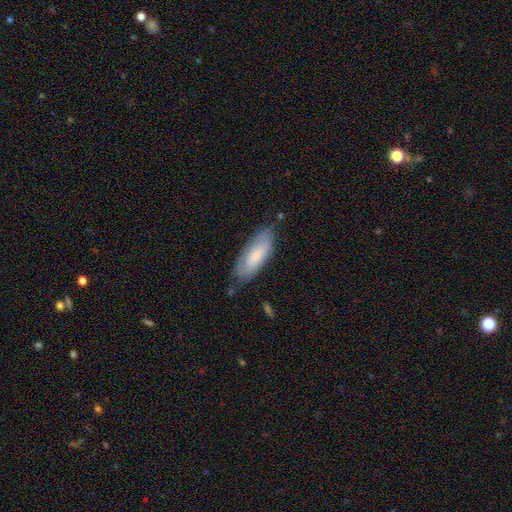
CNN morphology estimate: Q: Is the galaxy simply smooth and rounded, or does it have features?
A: smooth — 72%.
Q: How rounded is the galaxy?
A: in between — 69%.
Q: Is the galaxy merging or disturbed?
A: none — 70%.